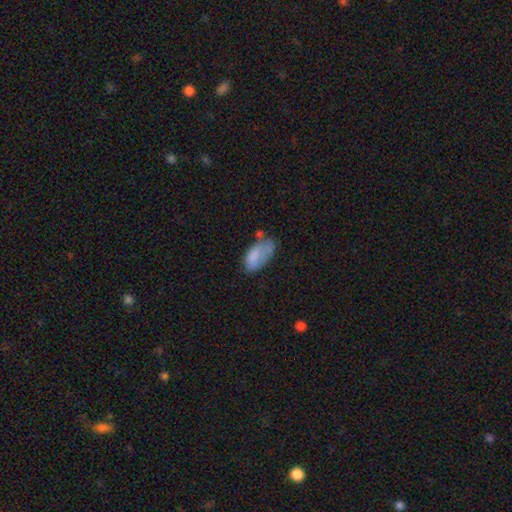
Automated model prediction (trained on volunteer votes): smooth_or_featured: smooth (p=0.74) [alt: featured or disk p=0.17]
how_rounded: in between (p=0.93) [alt: cigar-shaped p=0.04]
merging: none (p=0.36) [alt: minor disturbance p=0.34]